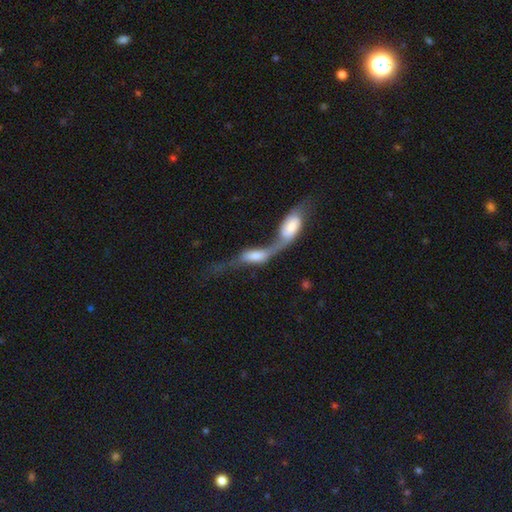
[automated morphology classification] A featured or disk galaxy (54%). Merging: merger (83%).